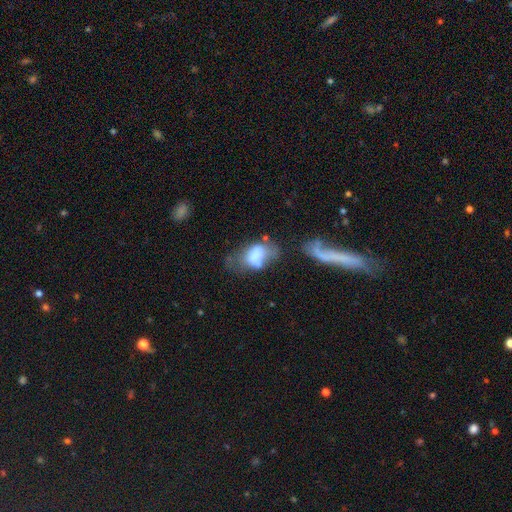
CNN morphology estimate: smooth-or-featured: smooth: 60% | featured or disk: 30% | star or artifact: 10%
  how-rounded: in between: 86% | round: 12% | cigar-shaped: 2%
  merging: major disturbance: 33% | none: 22% | merger: 22% | minor disturbance: 22%